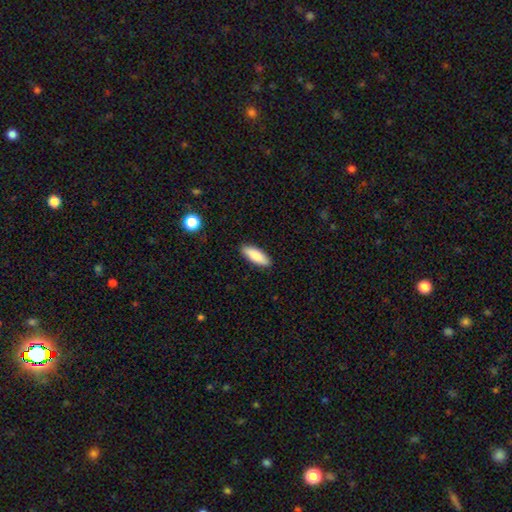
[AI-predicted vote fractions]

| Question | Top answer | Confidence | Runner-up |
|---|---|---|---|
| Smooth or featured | smooth | 85% | featured or disk (9%) |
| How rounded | in between | 68% | cigar-shaped (31%) |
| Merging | none | 90% | minor disturbance (8%) |